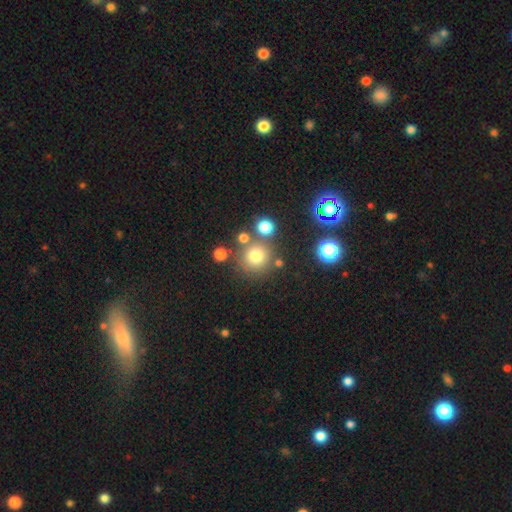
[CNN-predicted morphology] smooth-or-featured: smooth: 73% | star or artifact: 18% | featured or disk: 9%
  how-rounded: round: 93% | in between: 6% | cigar-shaped: 1%
  merging: none: 76% | merger: 11% | minor disturbance: 9% | major disturbance: 4%